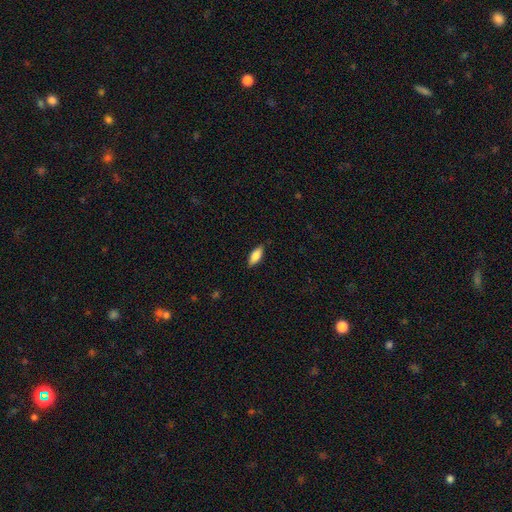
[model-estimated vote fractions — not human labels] Smooth or featured?
  - smooth: 84% *
  - featured or disk: 10%
  - star or artifact: 6%
How rounded?
  - in between: 80% *
  - cigar-shaped: 18%
  - round: 2%
Merging?
  - none: 85% *
  - minor disturbance: 12%
  - major disturbance: 2%
  - merger: 1%